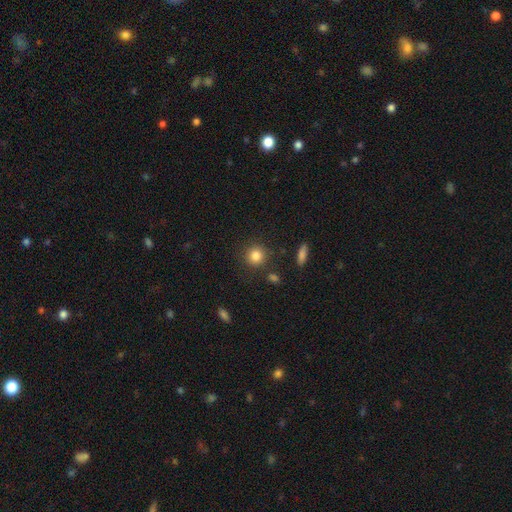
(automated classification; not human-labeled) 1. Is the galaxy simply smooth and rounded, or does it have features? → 84% smooth, 10% star or artifact, 6% featured or disk.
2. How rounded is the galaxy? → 91% round, 8% in between, 1% cigar-shaped.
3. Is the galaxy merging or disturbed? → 86% none, 8% minor disturbance, 3% merger, 3% major disturbance.